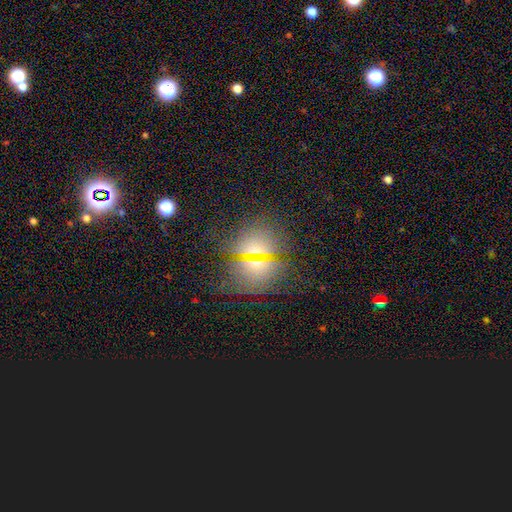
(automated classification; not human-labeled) Morphology: type=star or artifact (41%).